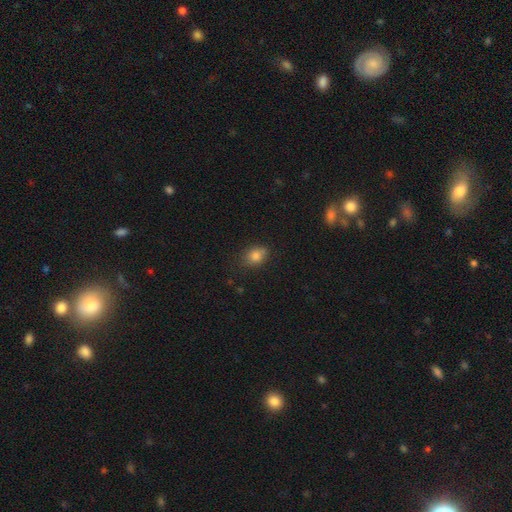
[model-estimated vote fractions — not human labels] This appears to be a smooth galaxy with no disk features (83%) that is in between round and cigar-shaped (68%). Merging: none (72%).